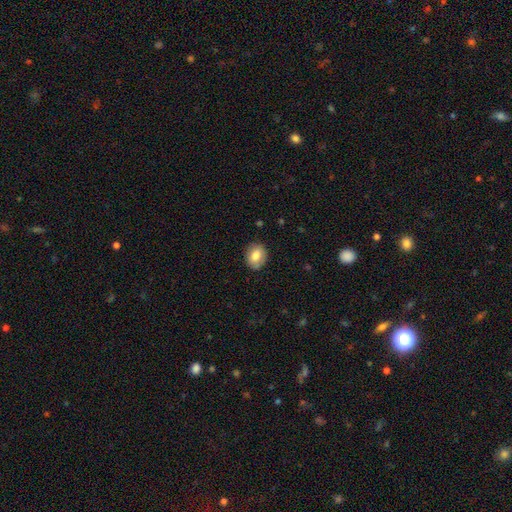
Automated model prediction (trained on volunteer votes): Smooth or featured: smooth — 78% (featured or disk — 14%)
How rounded: in between — 52% (round — 47%)
Merging: none — 85% (minor disturbance — 11%)